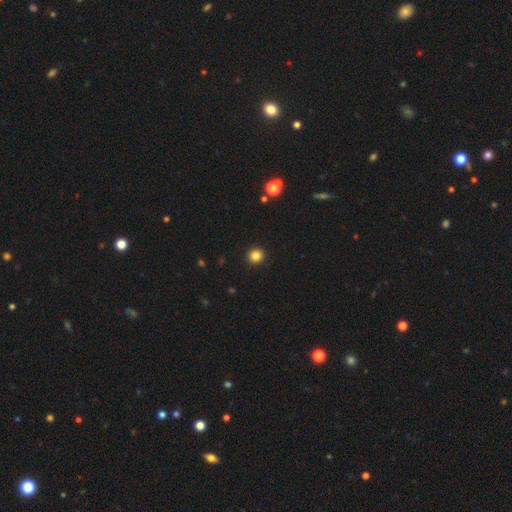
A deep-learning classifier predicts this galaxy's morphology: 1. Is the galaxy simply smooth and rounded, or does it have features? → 84% smooth, 12% star or artifact, 4% featured or disk.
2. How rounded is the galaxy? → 93% round, 6% in between, 1% cigar-shaped.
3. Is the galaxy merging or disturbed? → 93% none, 4% minor disturbance, 2% major disturbance, 1% merger.